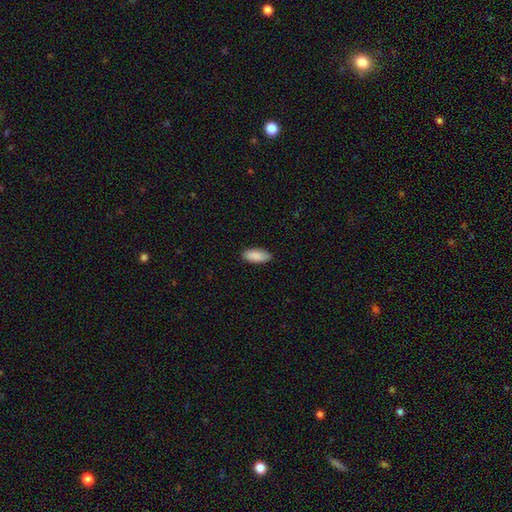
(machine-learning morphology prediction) Smooth or featured? Predicted: smooth (p=0.90). How rounded? Predicted: in between (p=0.86). Merging? Predicted: none (p=0.89).